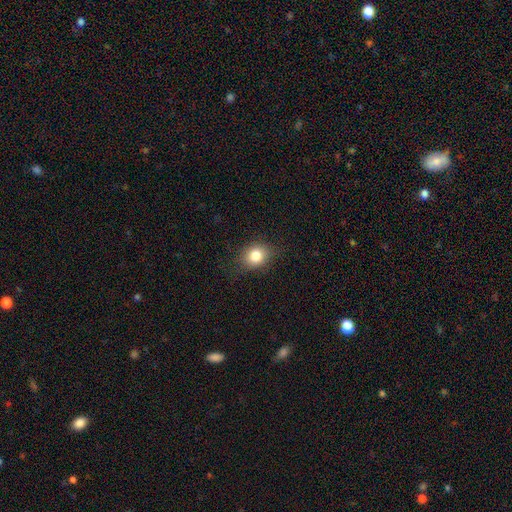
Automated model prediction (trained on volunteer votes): Smooth or featured? Predicted: smooth (p=0.81). How rounded? Predicted: round (p=0.56). Merging? Predicted: none (p=0.82).